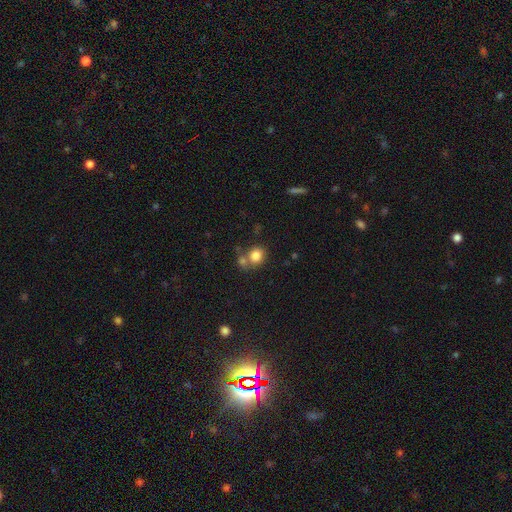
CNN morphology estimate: A smooth galaxy with no disk features (82%) that is round (74%). Merging: none (53%).